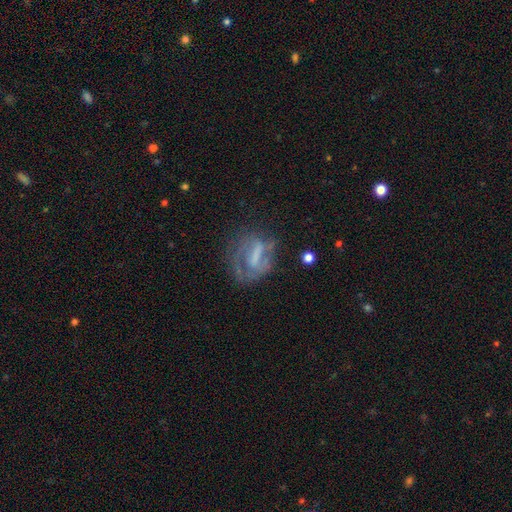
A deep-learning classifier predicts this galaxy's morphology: Smooth or featured? Predicted: featured or disk (p=0.68). Edge-on disk? Predicted: no (p=0.94). Bar? Predicted: strong (p=0.46). Spiral arms? Predicted: yes (p=0.64). Bulge size? Predicted: none (p=0.47). Merging? Predicted: none (p=0.49).